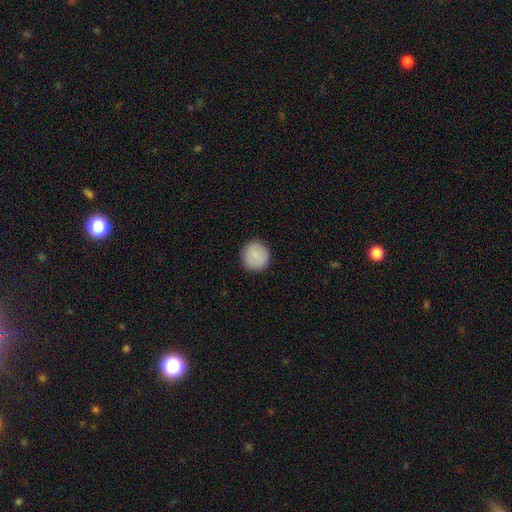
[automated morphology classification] A smooth galaxy with no disk features (88%) that is round (95%).

Vote fractions:
- Smooth or featured? smooth: 88% / star or artifact: 7% / featured or disk: 5%
- How rounded? round: 95% / in between: 4% / cigar-shaped: 1%
- Merging? none: 91% / minor disturbance: 6% / major disturbance: 2% / merger: 1%